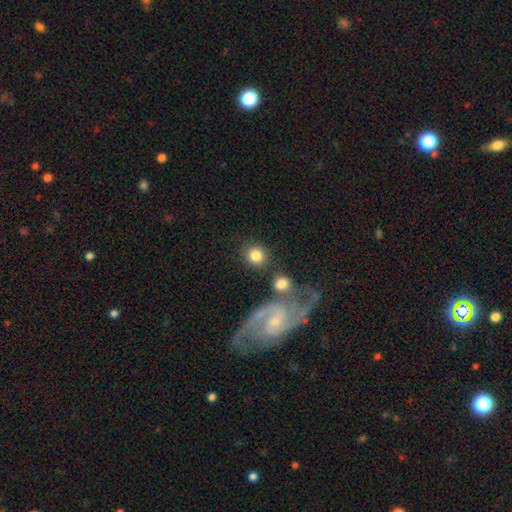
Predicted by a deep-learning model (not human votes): This is clearly a smooth galaxy (81%). How rounded: clearly round (89%). Merging: likely none (79%).